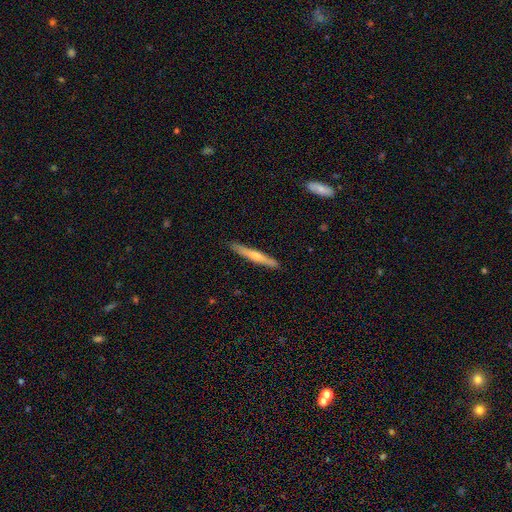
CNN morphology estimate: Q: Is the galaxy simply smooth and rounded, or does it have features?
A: featured or disk — 61%.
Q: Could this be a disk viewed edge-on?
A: yes — 96%.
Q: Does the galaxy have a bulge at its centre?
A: rounded — 77%.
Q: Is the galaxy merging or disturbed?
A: none — 88%.